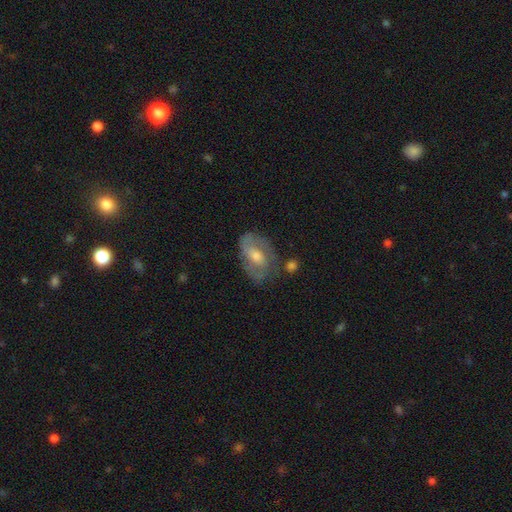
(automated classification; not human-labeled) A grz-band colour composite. It shows a featured or disk galaxy (68%) with no bar (44%), 2 (66%) medium (45%) spiral arms (81%) and a moderate central bulge (62%). Merging: none (63%).